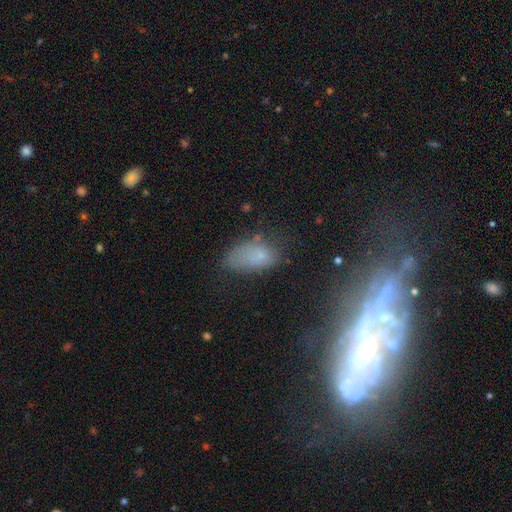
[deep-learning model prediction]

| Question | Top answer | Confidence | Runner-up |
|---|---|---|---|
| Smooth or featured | smooth | 66% | star or artifact (19%) |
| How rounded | in between | 91% | round (6%) |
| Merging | none | 47% | minor disturbance (29%) |